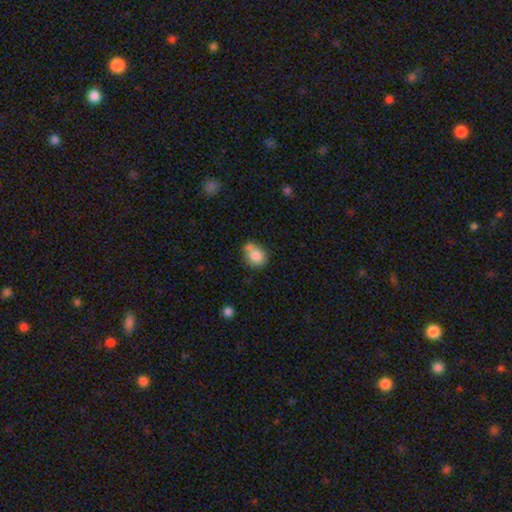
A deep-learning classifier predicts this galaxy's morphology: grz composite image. It shows a smooth galaxy with no disk features (81%) that is round (58%). Merging: none (49%).